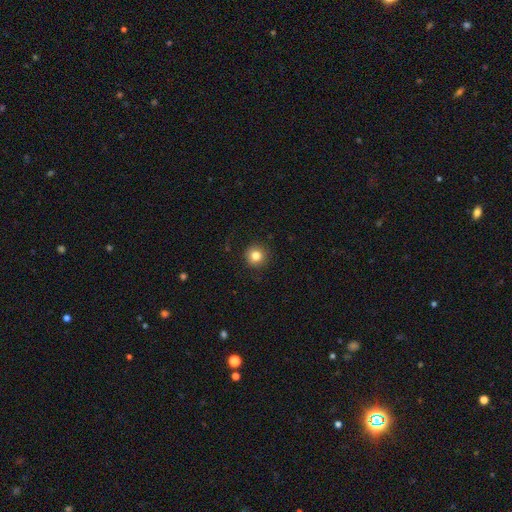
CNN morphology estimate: A smooth galaxy with no disk features (82%) that is round (95%).

Vote fractions:
- Smooth or featured? smooth: 82% / star or artifact: 11% / featured or disk: 7%
- How rounded? round: 95% / in between: 4% / cigar-shaped: 1%
- Merging? none: 90% / minor disturbance: 7% / major disturbance: 2% / merger: 1%